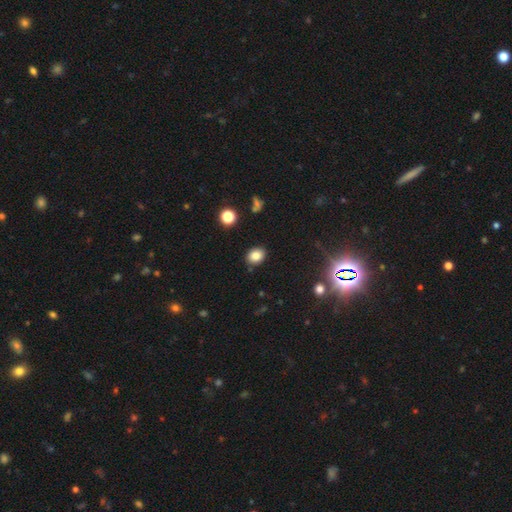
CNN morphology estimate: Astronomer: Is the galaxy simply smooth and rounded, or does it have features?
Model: smooth — 83%.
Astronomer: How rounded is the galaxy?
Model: in between — 55% (runner-up: round, 44%).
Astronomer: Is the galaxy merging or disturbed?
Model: none — 85%.